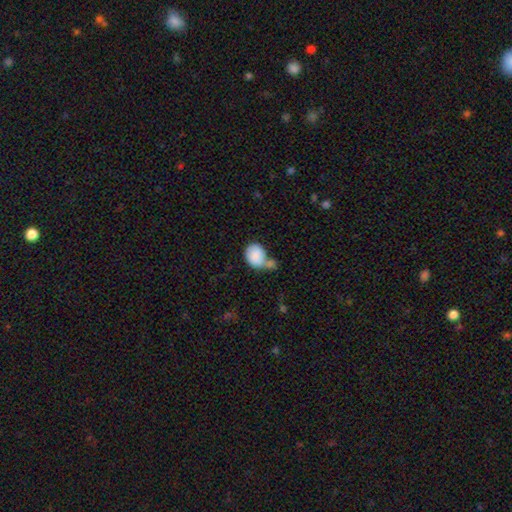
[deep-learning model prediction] Morphology: type=smooth (86%); roundness=round (56%); merging=merger (45%).